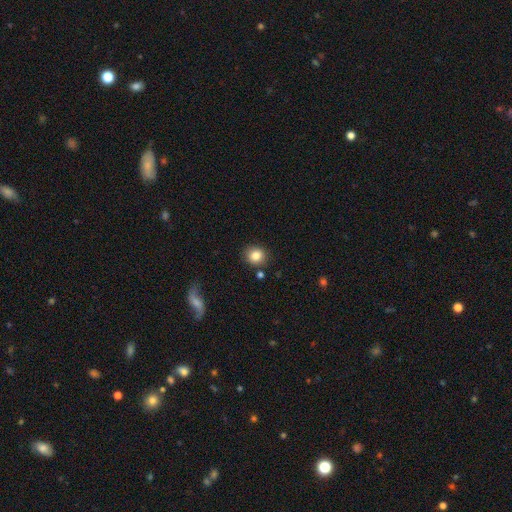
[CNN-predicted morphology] This is clearly a smooth galaxy (83%). How rounded: clearly round (83%). Merging: clearly none (86%).